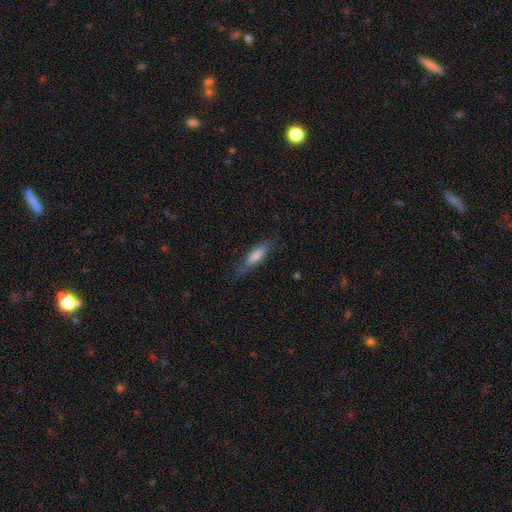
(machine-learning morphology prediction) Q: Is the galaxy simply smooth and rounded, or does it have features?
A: smooth — 70%.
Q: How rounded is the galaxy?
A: cigar-shaped — 61%.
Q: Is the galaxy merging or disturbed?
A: none — 73%.